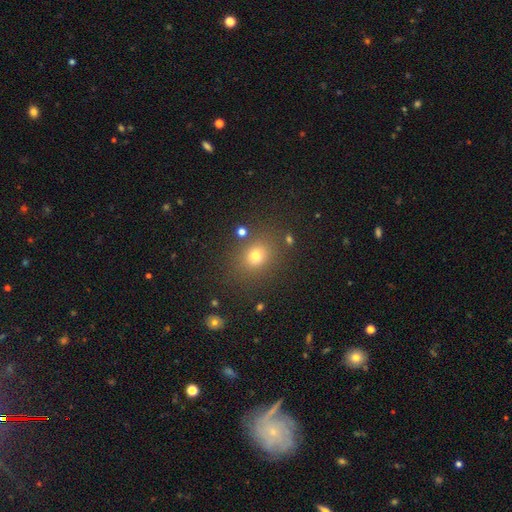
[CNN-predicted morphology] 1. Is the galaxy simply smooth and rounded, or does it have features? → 71% smooth, 20% star or artifact, 9% featured or disk.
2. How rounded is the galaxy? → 66% round, 33% in between, 1% cigar-shaped.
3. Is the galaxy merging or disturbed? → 82% none, 10% minor disturbance, 4% merger, 4% major disturbance.